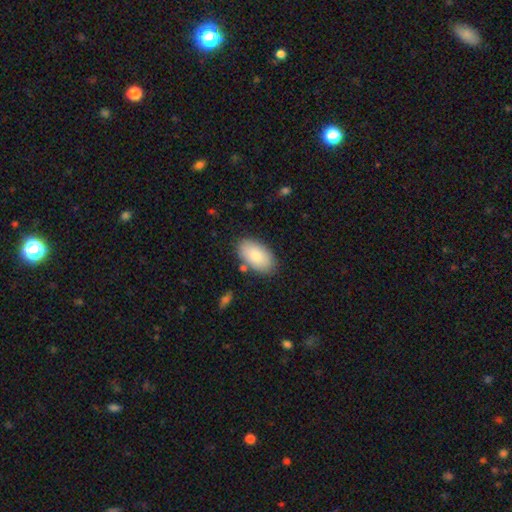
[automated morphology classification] Q: Smooth or featured?
A: smooth (80%); runner-up: featured or disk (14%)
Q: How rounded?
A: in between (95%); runner-up: round (4%)
Q: Merging?
A: none (82%); runner-up: minor disturbance (12%)